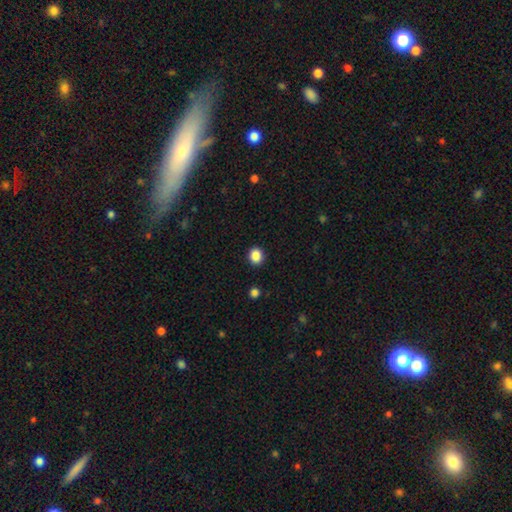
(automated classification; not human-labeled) Smooth or featured? Predicted: smooth (p=0.87). How rounded? Predicted: round (p=0.76). Merging? Predicted: none (p=0.91).